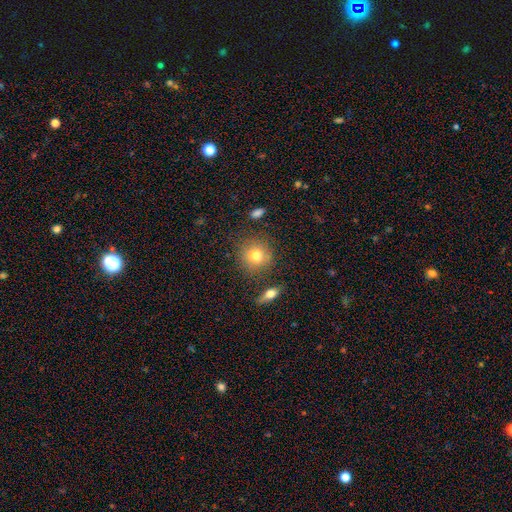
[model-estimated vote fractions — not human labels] Overall: smooth (76%). How rounded: round (88%). Merging: none (81%).